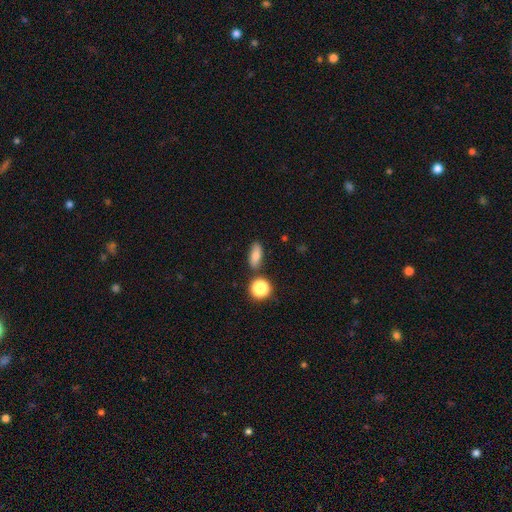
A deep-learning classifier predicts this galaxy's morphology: smooth-or-featured: smooth: 76% | featured or disk: 12% | star or artifact: 12%
  how-rounded: in between: 69% | cigar-shaped: 18% | round: 13%
  merging: none: 79% | minor disturbance: 12% | merger: 6% | major disturbance: 3%